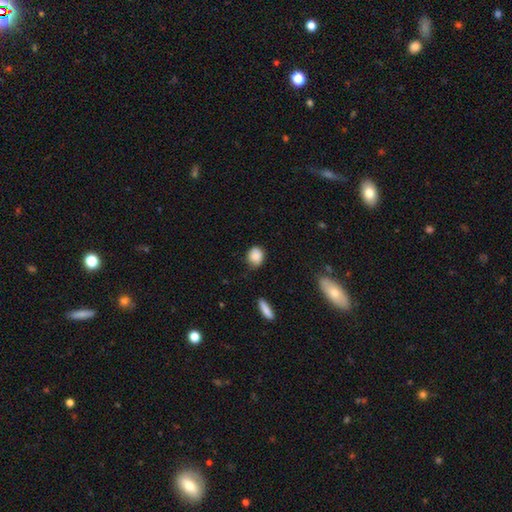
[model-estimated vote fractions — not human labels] smooth-or-featured: smooth: 87% | star or artifact: 8% | featured or disk: 5%
  how-rounded: round: 70% | in between: 28% | cigar-shaped: 1%
  merging: none: 73% | minor disturbance: 21% | major disturbance: 4% | merger: 2%